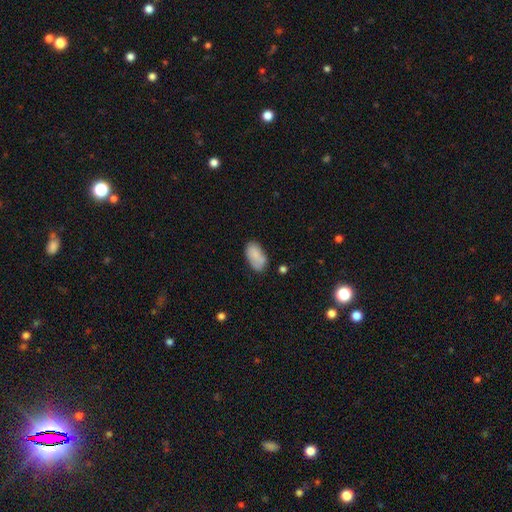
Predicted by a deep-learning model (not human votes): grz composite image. It shows a smooth galaxy with no disk features (80%) that is in between round and cigar-shaped (94%). Merging: none (63%).